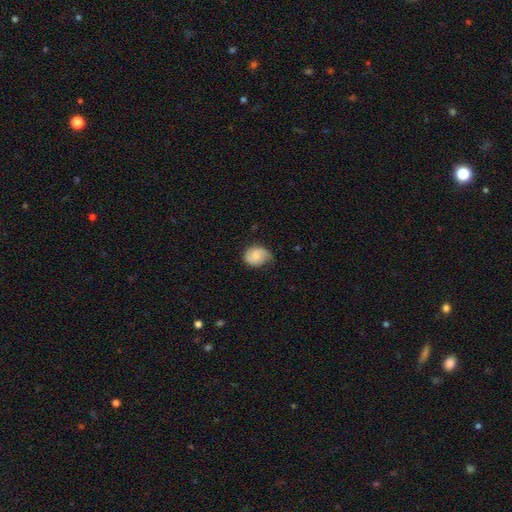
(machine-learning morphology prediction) smooth 50%, featured or disk 43%, star or artifact 7%. Down the decision tree: merging — none (59%).